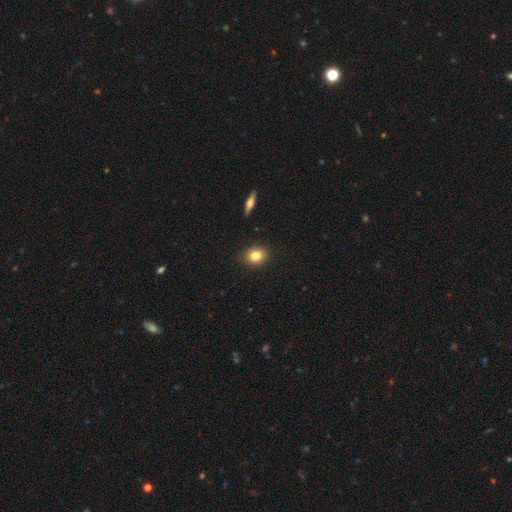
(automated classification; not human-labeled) A smooth galaxy with no disk features (81%) that is in between round and cigar-shaped (50%).

Vote fractions:
- Smooth or featured? smooth: 81% / star or artifact: 10% / featured or disk: 9%
- How rounded? in between: 50% / round: 49% / cigar-shaped: 2%
- Merging? none: 88% / minor disturbance: 9% / major disturbance: 2% / merger: 1%